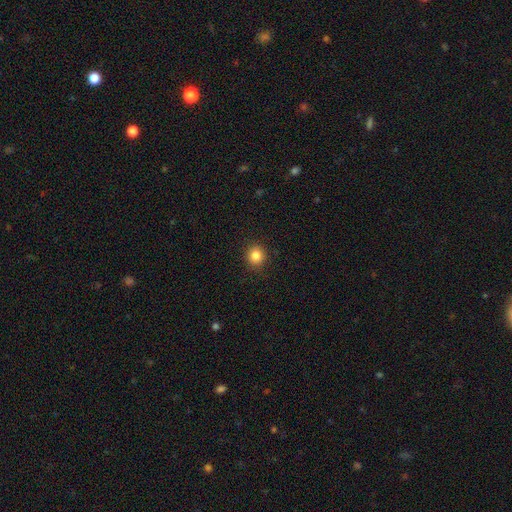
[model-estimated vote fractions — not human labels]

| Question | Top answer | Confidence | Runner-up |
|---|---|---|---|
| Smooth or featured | smooth | 84% | star or artifact (11%) |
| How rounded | round | 90% | in between (9%) |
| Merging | none | 91% | minor disturbance (6%) |